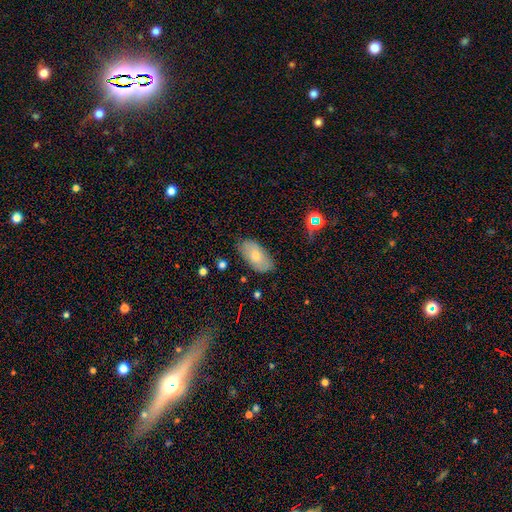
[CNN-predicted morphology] smooth_or_featured: smooth (p=0.70) [alt: featured or disk p=0.22]
how_rounded: in between (p=0.94) [alt: round p=0.03]
merging: none (p=0.78) [alt: minor disturbance p=0.17]